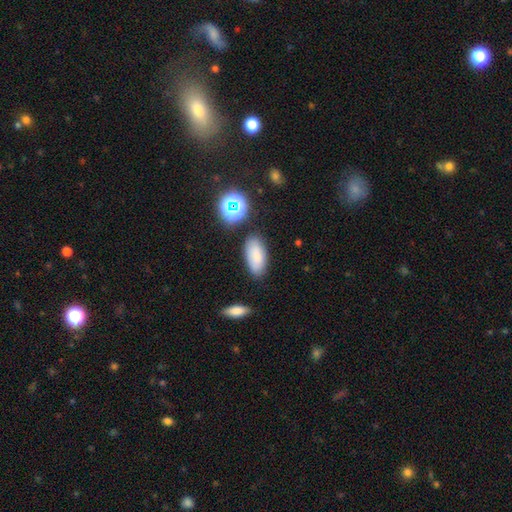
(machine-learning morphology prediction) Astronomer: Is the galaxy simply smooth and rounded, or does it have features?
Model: smooth — 82%.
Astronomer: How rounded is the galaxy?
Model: in between — 90%.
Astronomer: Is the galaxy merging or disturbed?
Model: none — 80%.